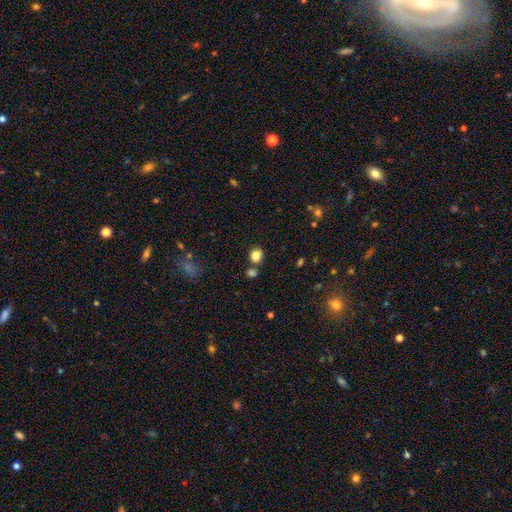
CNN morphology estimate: smooth_or_featured: smooth (p=0.83) [alt: star or artifact p=0.11]
how_rounded: round (p=0.73) [alt: in between p=0.26]
merging: none (p=0.72) [alt: merger p=0.15]